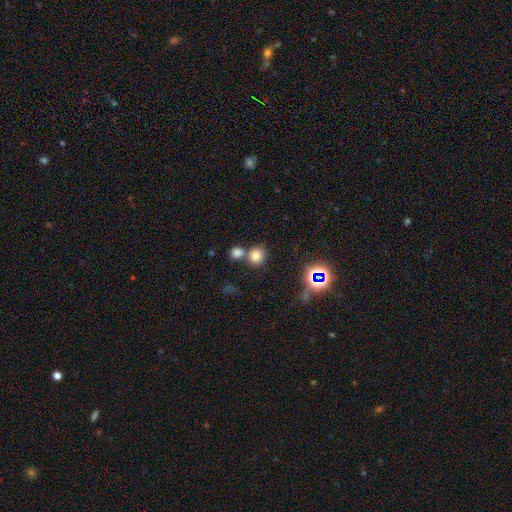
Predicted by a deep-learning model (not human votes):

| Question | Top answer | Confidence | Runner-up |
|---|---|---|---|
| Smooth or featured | smooth | 74% | star or artifact (17%) |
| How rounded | round | 78% | in between (21%) |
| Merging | none | 59% | merger (29%) |